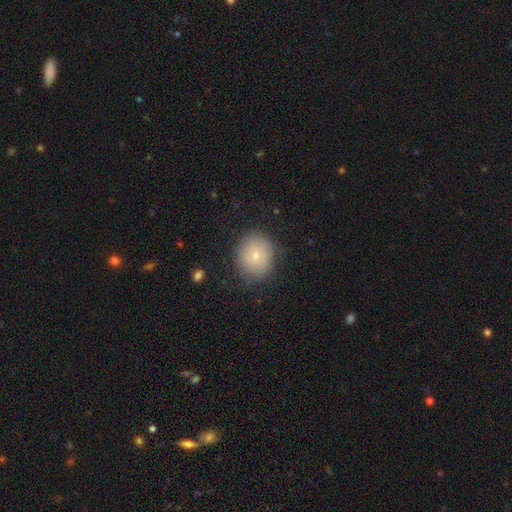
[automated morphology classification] Overall: smooth (74%). How rounded: round (77%). Merging: none (79%).